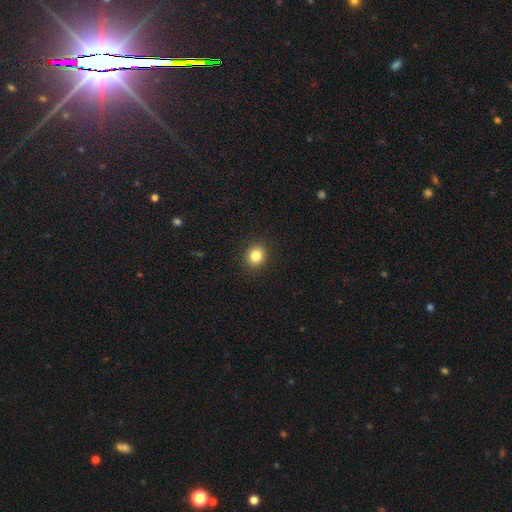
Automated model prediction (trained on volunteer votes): A smooth galaxy with no disk features (83%) that is round (75%). Merging: none (91%).